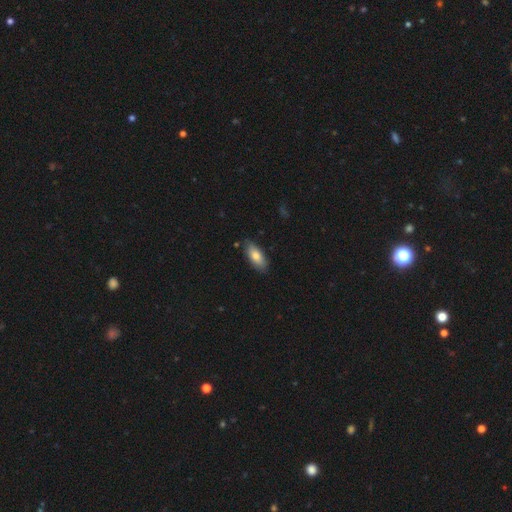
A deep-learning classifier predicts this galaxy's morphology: This is likely a smooth galaxy (78%). How rounded: clearly in between (82%). Merging: clearly none (81%).